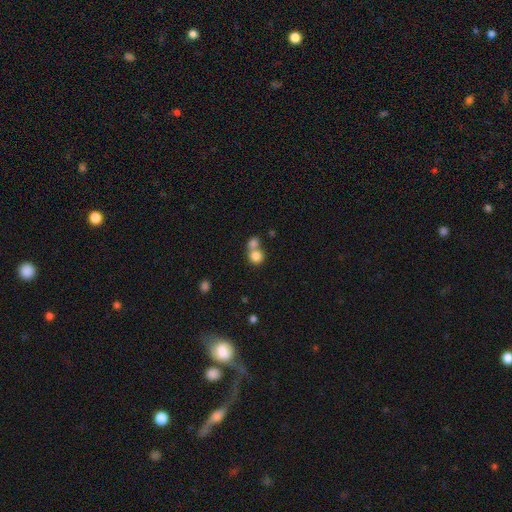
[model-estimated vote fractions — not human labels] smooth-or-featured: smooth: 82% | star or artifact: 9% | featured or disk: 9%
  how-rounded: round: 82% | in between: 17% | cigar-shaped: 1%
  merging: merger: 54% | none: 36% | minor disturbance: 6% | major disturbance: 3%